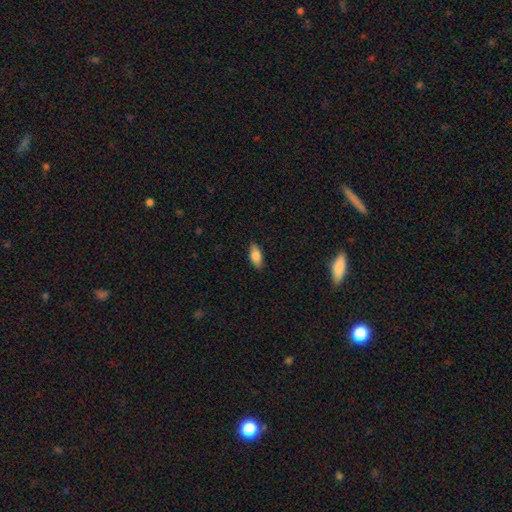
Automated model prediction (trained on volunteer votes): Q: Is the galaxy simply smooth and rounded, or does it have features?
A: smooth — 83%.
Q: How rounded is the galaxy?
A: in between — 88%.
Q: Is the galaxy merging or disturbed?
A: none — 86%.